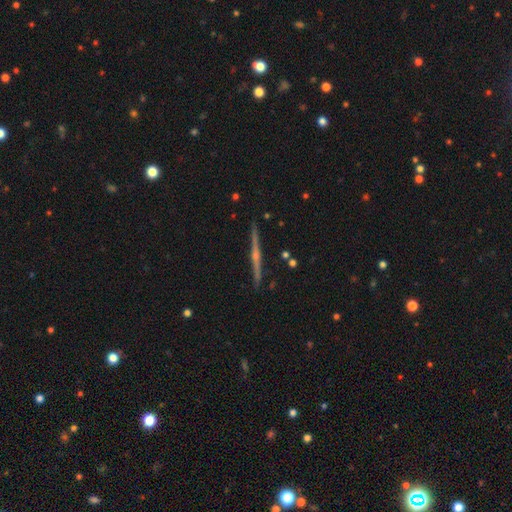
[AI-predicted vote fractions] smooth-or-featured: featured or disk: 64% | smooth: 22% | star or artifact: 13%
  disk-edge-on: yes: 92% | no: 8%
    edge-on-bulge: rounded: 60% | none: 30% | boxy: 10%
  merging: none: 84% | minor disturbance: 10% | major disturbance: 3% | merger: 3%